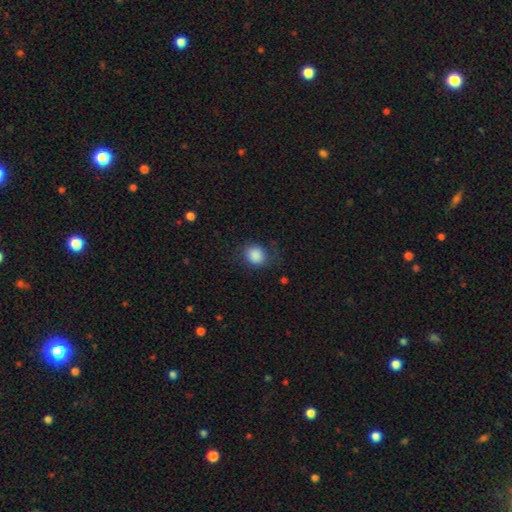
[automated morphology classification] type=smooth (87%); roundness=round (67%); merging=none (71%).